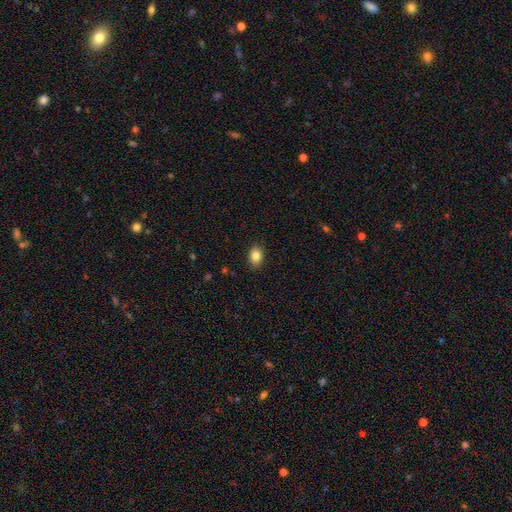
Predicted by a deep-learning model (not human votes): Smooth or featured? smooth (84%)
How rounded? in between (77%)
Merging? none (89%)